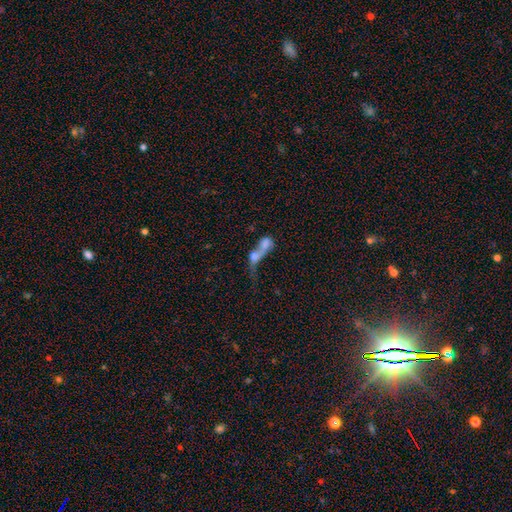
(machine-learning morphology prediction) Q: Smooth or featured?
A: smooth (56%); runner-up: featured or disk (32%)
Q: How rounded?
A: in between (56%); runner-up: round (28%)
Q: Merging?
A: merger (75%); runner-up: major disturbance (12%)